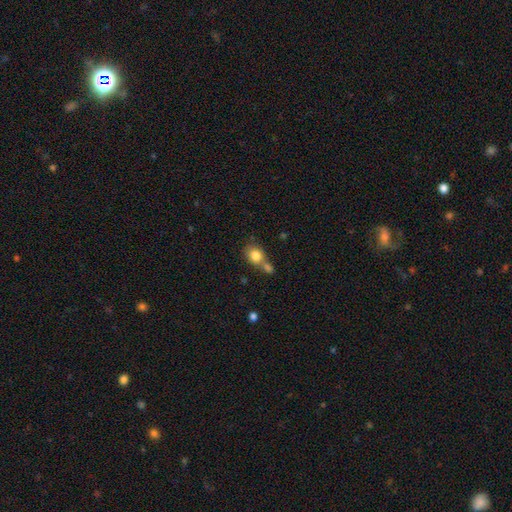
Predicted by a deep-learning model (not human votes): This is clearly a smooth galaxy (83%). How rounded: likely round (62%). Merging: marginally merger (43%).